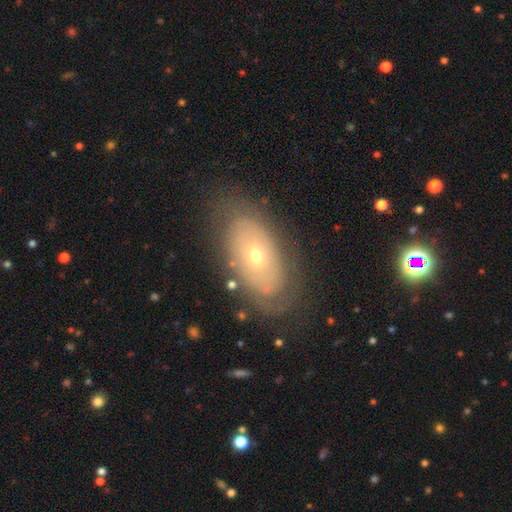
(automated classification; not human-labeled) smooth-or-featured: featured or disk: 55% | smooth: 37% | star or artifact: 8%
  disk-edge-on: no: 88% | yes: 12%
  merging: none: 77% | minor disturbance: 15% | major disturbance: 6% | merger: 2%